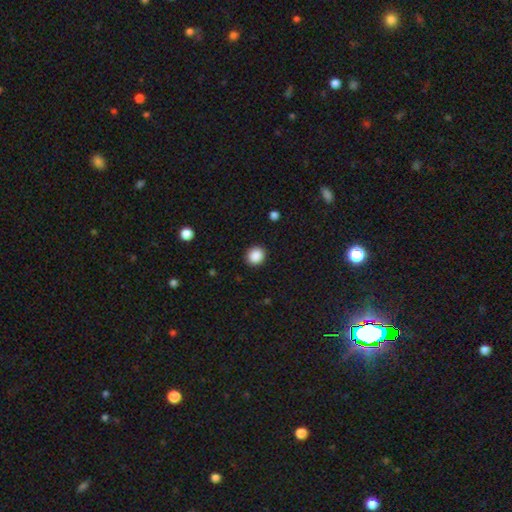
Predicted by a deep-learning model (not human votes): Smooth or featured?
  - smooth: 88% *
  - star or artifact: 9%
  - featured or disk: 3%
How rounded?
  - round: 83% *
  - in between: 16%
  - cigar-shaped: 1%
Merging?
  - none: 91% *
  - minor disturbance: 6%
  - major disturbance: 2%
  - merger: 1%